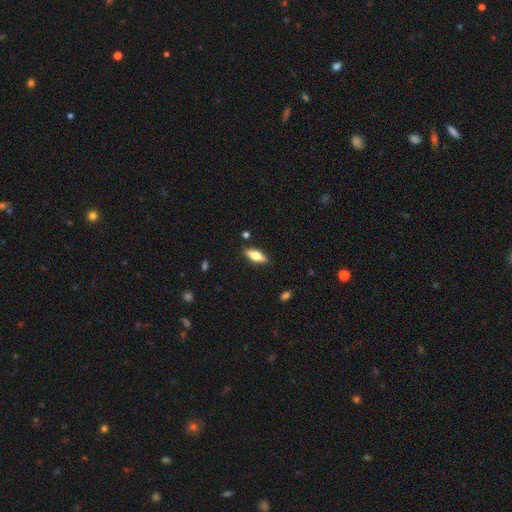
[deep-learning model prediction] This appears to be a smooth galaxy with no disk features (62%) that is in between round and cigar-shaped (70%). Merging: none (86%).